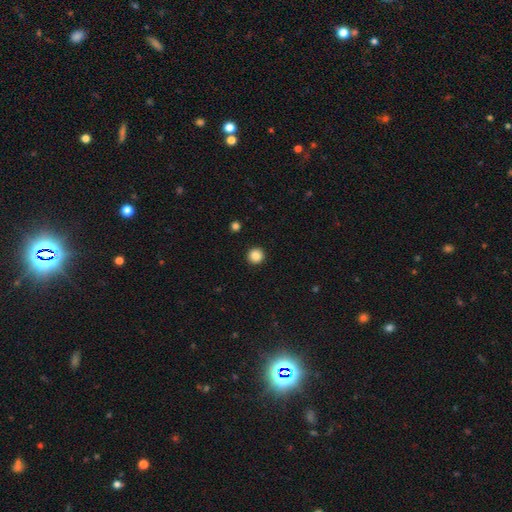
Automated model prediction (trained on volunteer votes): This appears to be a smooth galaxy with no disk features (87%) that is round (94%). Merging: none (93%).